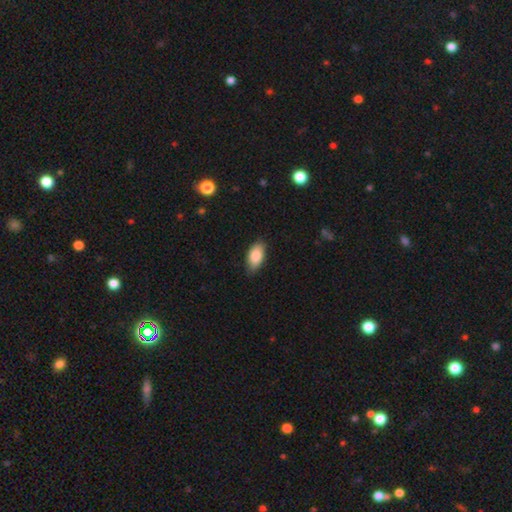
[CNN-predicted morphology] Overall: smooth (86%). How rounded: in between (93%). Merging: none (80%).